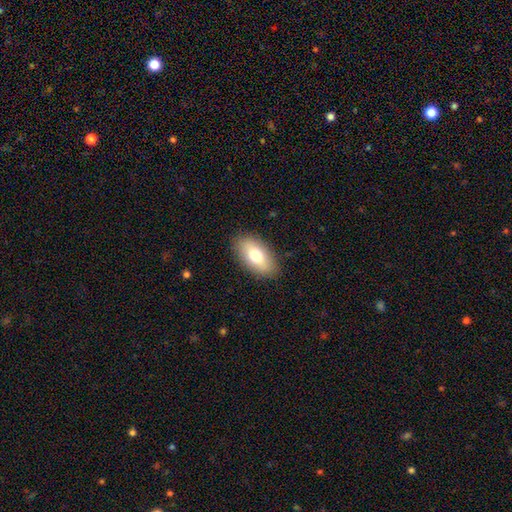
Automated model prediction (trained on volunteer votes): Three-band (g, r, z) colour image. It shows a smooth galaxy with no disk features (72%) that is in between round and cigar-shaped (92%). Merging: none (87%).